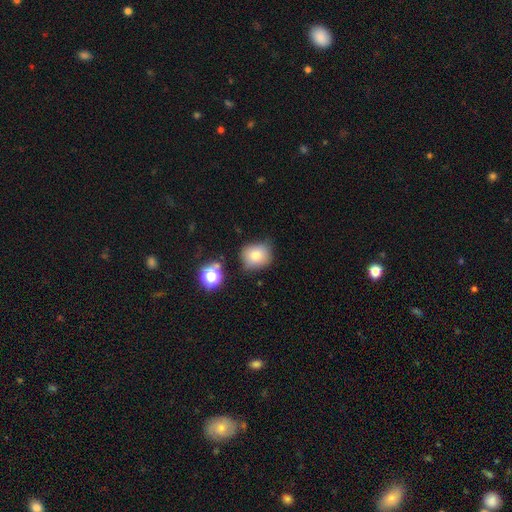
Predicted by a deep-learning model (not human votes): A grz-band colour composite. It shows a smooth galaxy with no disk features (76%) that is round (74%). Merging: none (70%).